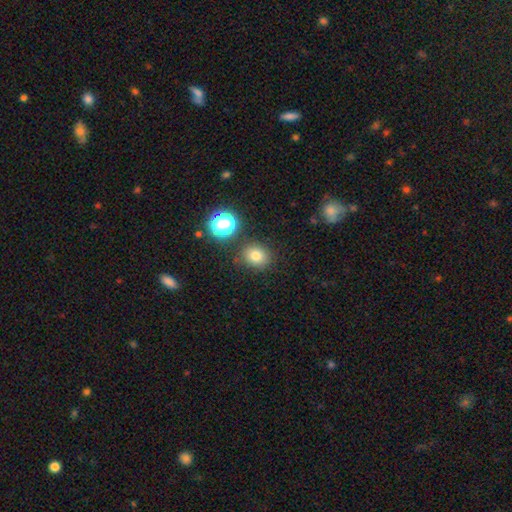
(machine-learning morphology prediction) smooth 77%, star or artifact 16%, featured or disk 8%. Down the decision tree: how rounded — round (74%); merging — none (83%).